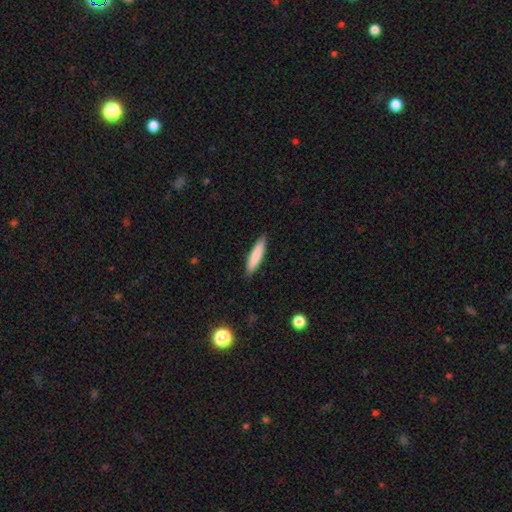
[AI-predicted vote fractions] Q: Smooth or featured?
A: smooth (83%); runner-up: featured or disk (11%)
Q: How rounded?
A: cigar-shaped (82%); runner-up: in between (17%)
Q: Merging?
A: none (90%); runner-up: minor disturbance (8%)